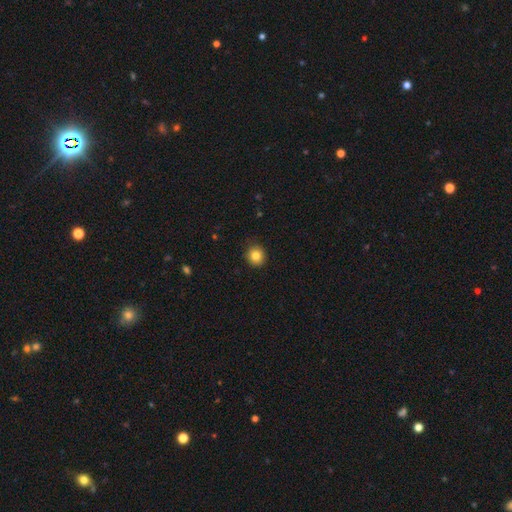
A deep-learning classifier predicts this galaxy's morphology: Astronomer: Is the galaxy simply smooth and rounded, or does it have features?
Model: smooth — 83%.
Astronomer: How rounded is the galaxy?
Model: round — 90%.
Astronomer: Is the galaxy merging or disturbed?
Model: none — 89%.